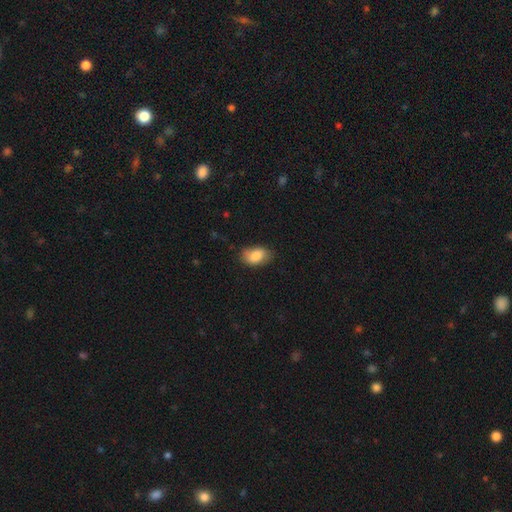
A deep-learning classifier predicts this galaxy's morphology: smooth-or-featured: smooth: 83% | featured or disk: 10% | star or artifact: 7%
  how-rounded: in between: 90% | round: 9% | cigar-shaped: 2%
  merging: none: 69% | minor disturbance: 24% | major disturbance: 5% | merger: 2%